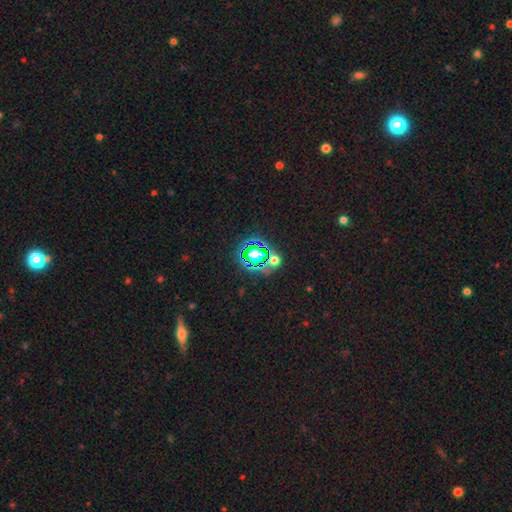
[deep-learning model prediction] This is possibly a star or artifact rather than a galaxy (59%).